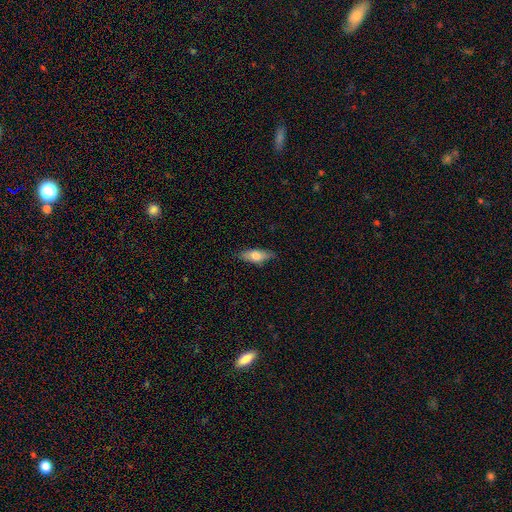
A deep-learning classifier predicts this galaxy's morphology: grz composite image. It shows a smooth galaxy with no disk features (69%) that is in between round and cigar-shaped (72%). Merging: none (81%).